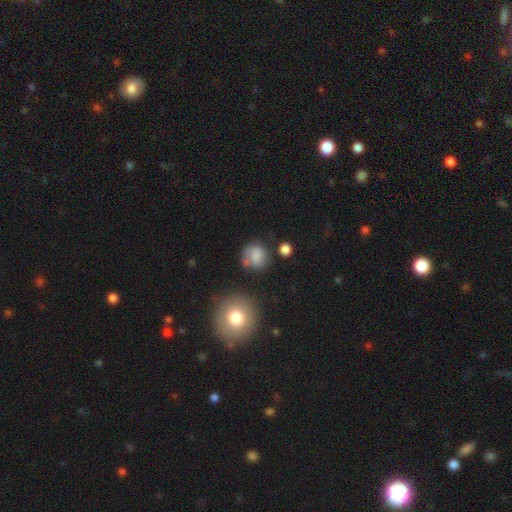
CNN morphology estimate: A smooth galaxy with no disk features (76%) that is round (84%).

Vote fractions:
- Smooth or featured? smooth: 76% / featured or disk: 14% / star or artifact: 10%
- How rounded? round: 84% / in between: 15% / cigar-shaped: 1%
- Merging? none: 66% / minor disturbance: 19% / major disturbance: 8% / merger: 7%